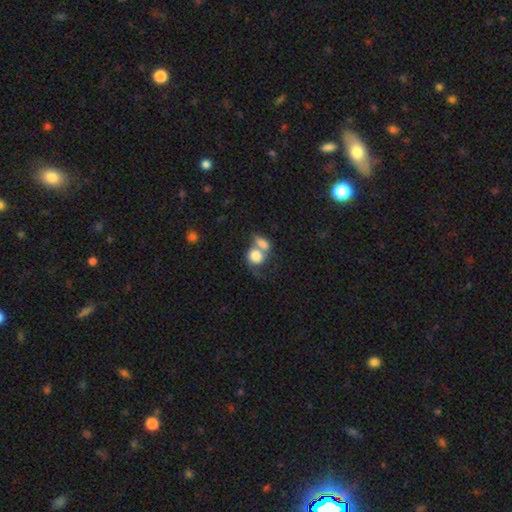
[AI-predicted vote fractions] Overall: smooth (71%). How rounded: round (61%; in between 37%). Merging: merger (65%).